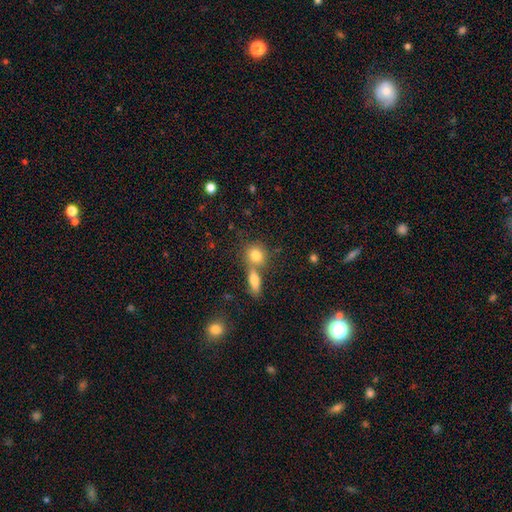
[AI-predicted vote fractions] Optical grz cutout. It shows a smooth galaxy with no disk features (80%) that is round (66%). Merging: none (48%).